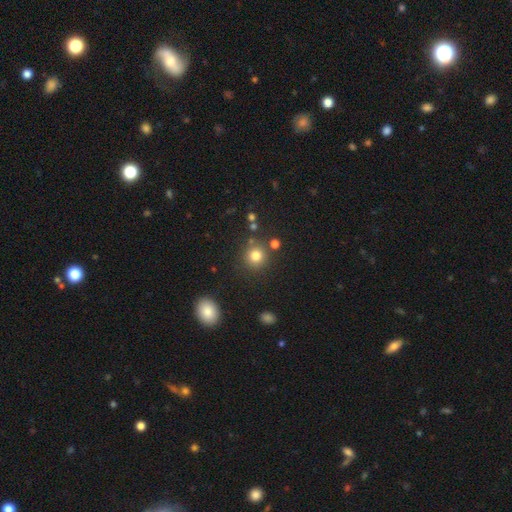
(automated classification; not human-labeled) Smooth or featured?
  - smooth: 79% *
  - star or artifact: 14%
  - featured or disk: 7%
How rounded?
  - round: 90% *
  - in between: 9%
  - cigar-shaped: 1%
Merging?
  - none: 81% *
  - minor disturbance: 9%
  - merger: 7%
  - major disturbance: 4%